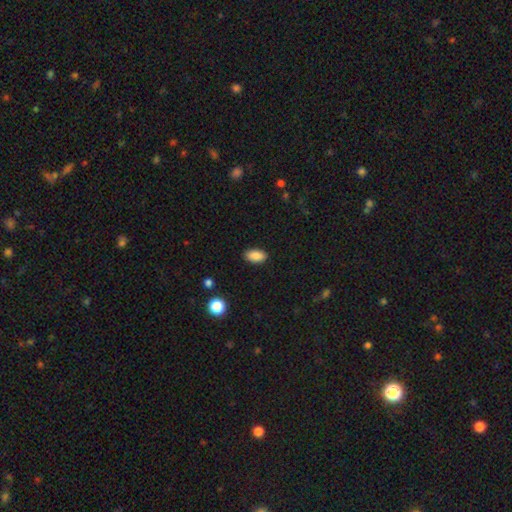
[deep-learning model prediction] A smooth galaxy with no disk features (88%) that is in between round and cigar-shaped (93%). Merging: none (88%).